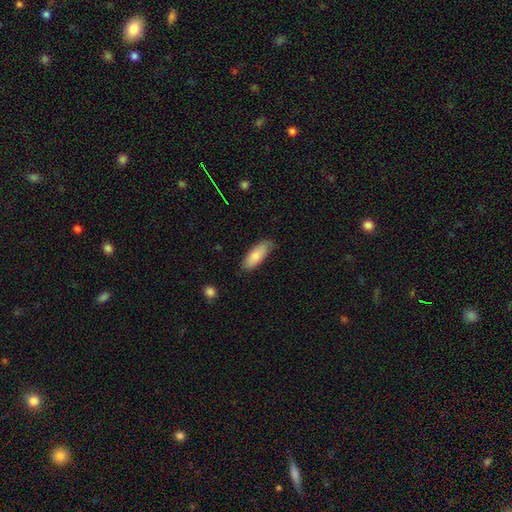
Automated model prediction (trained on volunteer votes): Smooth or featured? Predicted: smooth (p=0.83). How rounded? Predicted: in between (p=0.77). Merging? Predicted: none (p=0.71).